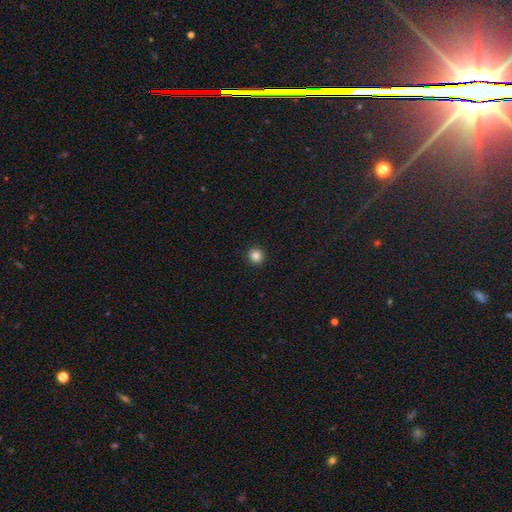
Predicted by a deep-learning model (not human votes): A smooth galaxy with no disk features (85%) that is round (95%).

Vote fractions:
- Smooth or featured? smooth: 85% / star or artifact: 11% / featured or disk: 3%
- How rounded? round: 95% / in between: 4% / cigar-shaped: 1%
- Merging? none: 94% / minor disturbance: 4% / major disturbance: 1% / merger: 1%